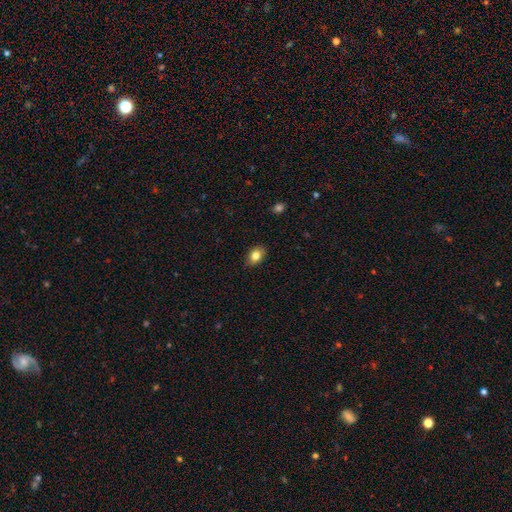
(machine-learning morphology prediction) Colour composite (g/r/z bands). It shows a smooth galaxy with no disk features (82%) that is in between round and cigar-shaped (74%). Merging: none (86%).